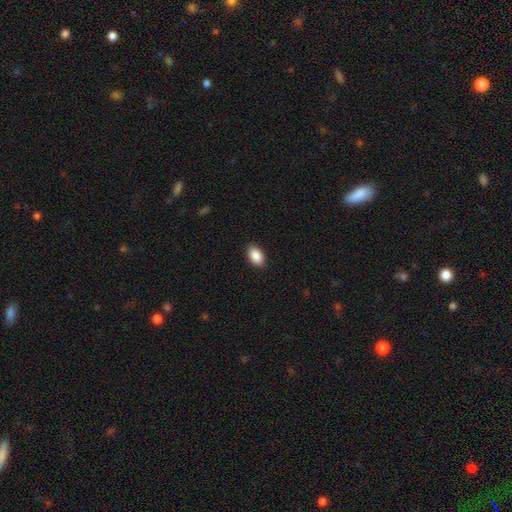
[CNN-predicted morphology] A smooth galaxy with no disk features (89%) that is in between round and cigar-shaped (92%). Merging: none (89%).